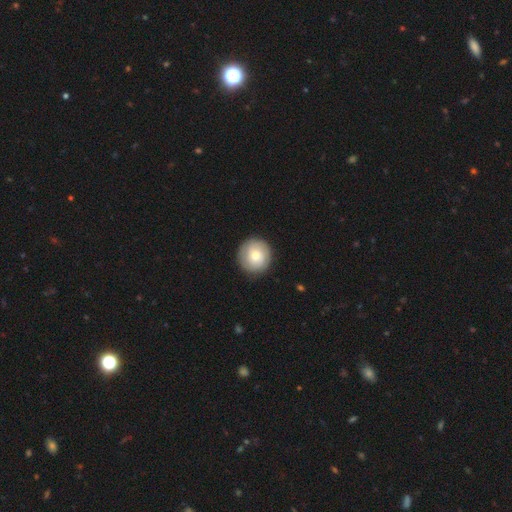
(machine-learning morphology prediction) Smooth or featured: smooth — 63% (featured or disk — 30%)
How rounded: round — 94% (in between — 5%)
Merging: none — 89% (minor disturbance — 8%)